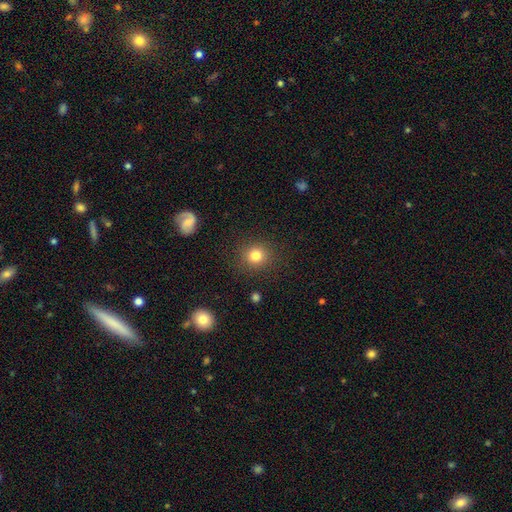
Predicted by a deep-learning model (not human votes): Smooth or featured?
  - smooth: 82% *
  - star or artifact: 12%
  - featured or disk: 7%
How rounded?
  - round: 89% *
  - in between: 10%
  - cigar-shaped: 1%
Merging?
  - none: 88% *
  - minor disturbance: 7%
  - major disturbance: 3%
  - merger: 2%